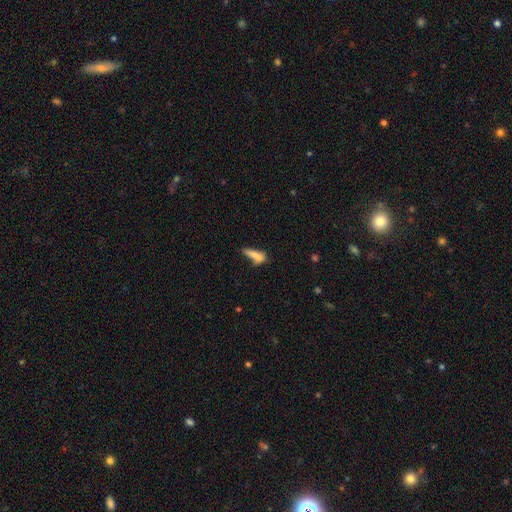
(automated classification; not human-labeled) The model was most divided on "merging": none: 37%, minor disturbance: 25%, merger: 22%, major disturbance: 16%. More confident: smooth or featured — smooth (73%); how rounded — cigar-shaped (60%).